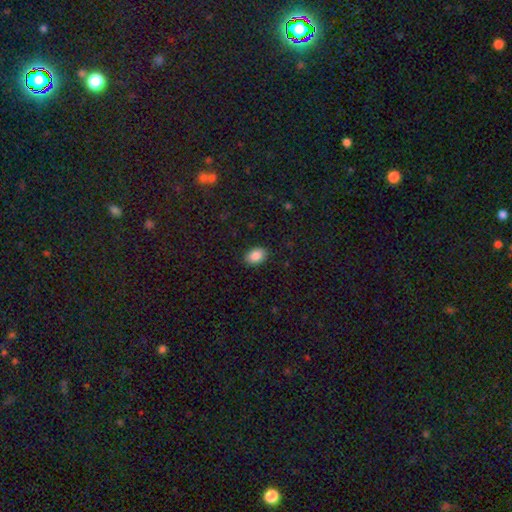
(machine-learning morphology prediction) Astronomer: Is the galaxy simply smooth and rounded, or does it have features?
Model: smooth — 88%.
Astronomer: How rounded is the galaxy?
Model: in between — 79%.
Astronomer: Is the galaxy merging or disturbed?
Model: none — 89%.